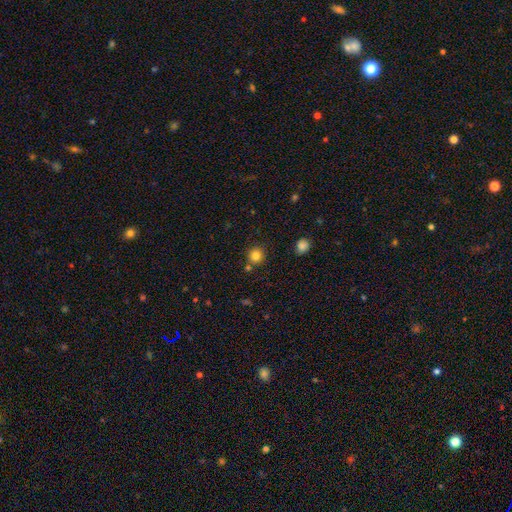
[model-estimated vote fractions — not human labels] Smooth or featured?
  - smooth: 82% *
  - star or artifact: 13%
  - featured or disk: 5%
How rounded?
  - round: 92% *
  - in between: 7%
  - cigar-shaped: 1%
Merging?
  - none: 81% *
  - minor disturbance: 8%
  - merger: 8%
  - major disturbance: 2%